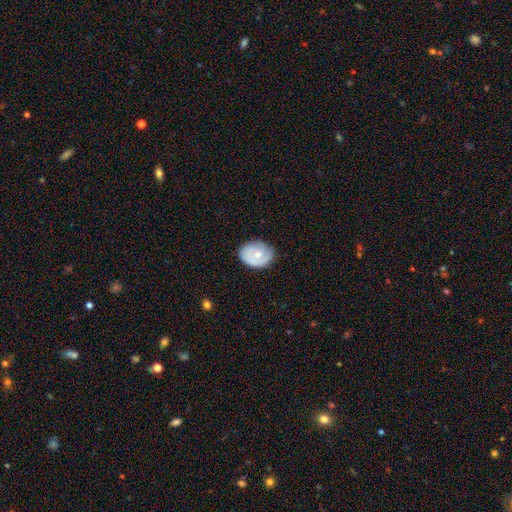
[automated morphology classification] smooth_or_featured: smooth (p=0.49) [alt: featured or disk p=0.45]
merging: none (p=0.68) [alt: minor disturbance p=0.24]